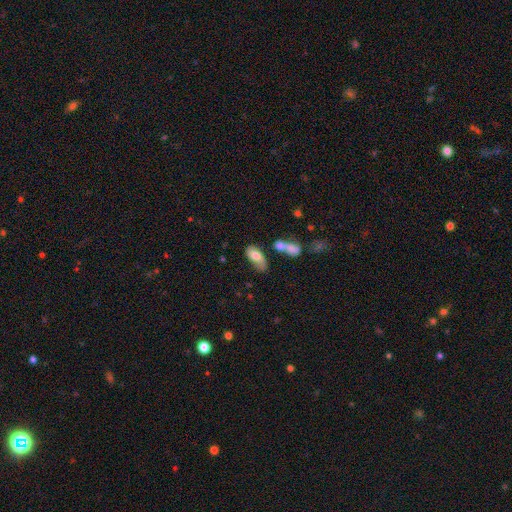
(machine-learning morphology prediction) Overall: smooth (67%). How rounded: in between (89%). Merging: none (40%; minor disturbance 25%).